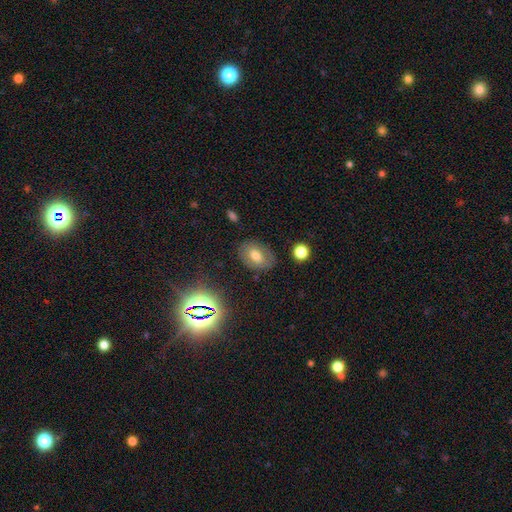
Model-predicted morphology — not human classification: Smooth or featured? Predicted: smooth (p=0.64). How rounded? Predicted: in between (p=0.82). Merging? Predicted: none (p=0.80).